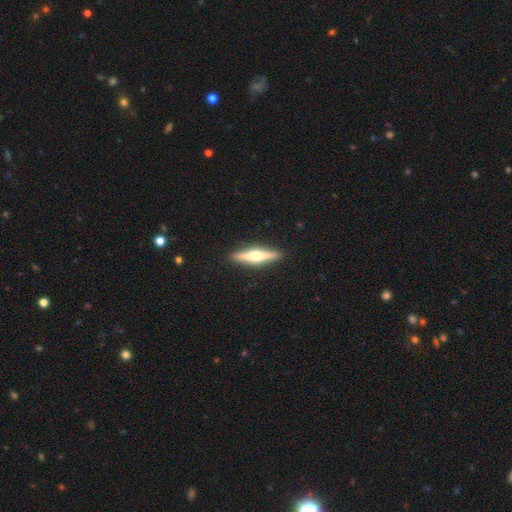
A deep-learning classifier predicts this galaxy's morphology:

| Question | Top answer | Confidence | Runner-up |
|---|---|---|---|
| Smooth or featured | featured or disk | 68% | smooth (27%) |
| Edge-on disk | yes | 97% | no (3%) |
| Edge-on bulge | rounded | 95% | boxy (3%) |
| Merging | none | 91% | minor disturbance (6%) |